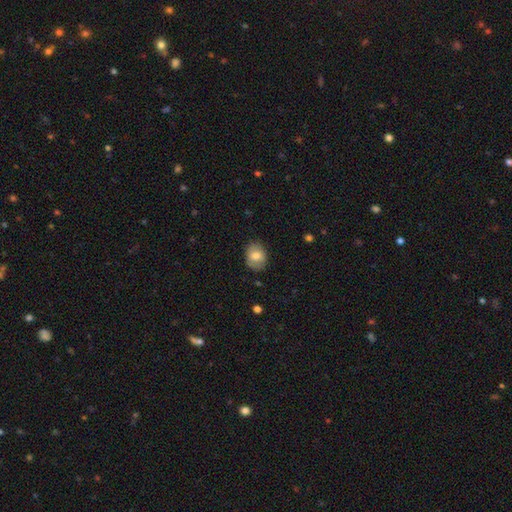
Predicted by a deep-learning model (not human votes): Smooth or featured?
  - smooth: 73% *
  - featured or disk: 20%
  - star or artifact: 8%
How rounded?
  - in between: 61% *
  - round: 39%
  - cigar-shaped: 1%
Merging?
  - none: 80% *
  - minor disturbance: 15%
  - major disturbance: 4%
  - merger: 1%